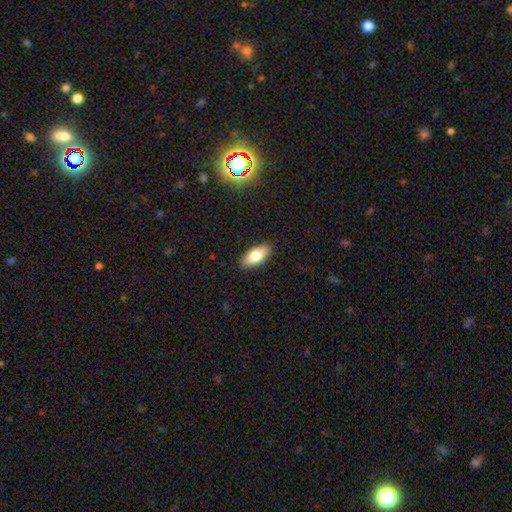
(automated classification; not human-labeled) A smooth galaxy with no disk features (77%) that is in between round and cigar-shaped (86%).

Vote fractions:
- Smooth or featured? smooth: 77% / featured or disk: 17% / star or artifact: 7%
- How rounded? in between: 86% / cigar-shaped: 12% / round: 3%
- Merging? none: 89% / minor disturbance: 8% / major disturbance: 2% / merger: 1%